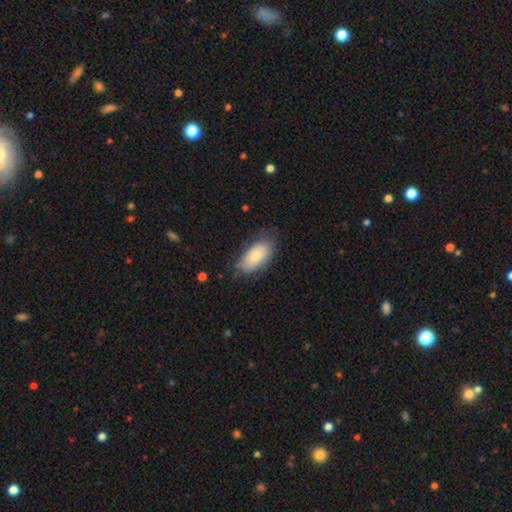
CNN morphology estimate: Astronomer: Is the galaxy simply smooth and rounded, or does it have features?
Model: smooth — 81%.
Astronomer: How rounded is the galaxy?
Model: in between — 93%.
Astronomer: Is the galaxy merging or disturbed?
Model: none — 73%.